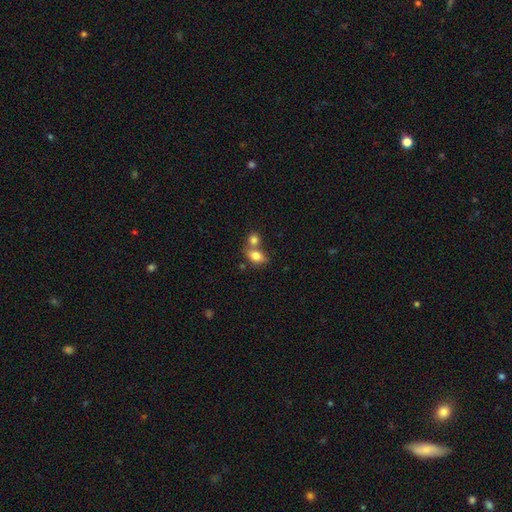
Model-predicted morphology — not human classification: Q: Smooth or featured?
A: smooth (81%); runner-up: featured or disk (11%)
Q: How rounded?
A: in between (76%); runner-up: round (21%)
Q: Merging?
A: merger (45%); runner-up: none (40%)